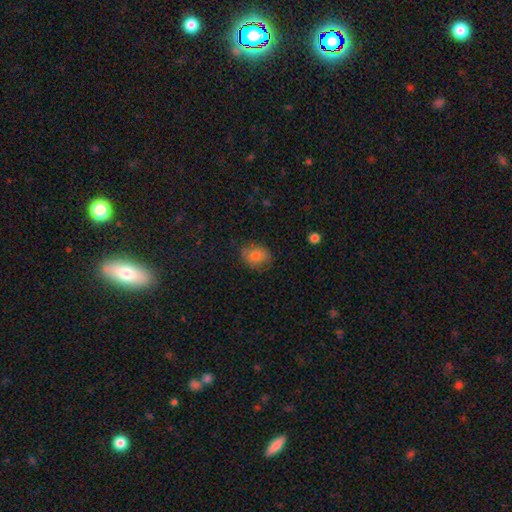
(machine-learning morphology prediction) The model was most divided on "how rounded": in between: 55%, round: 43%, cigar-shaped: 1%. More confident: smooth or featured — smooth (79%); merging — none (77%).